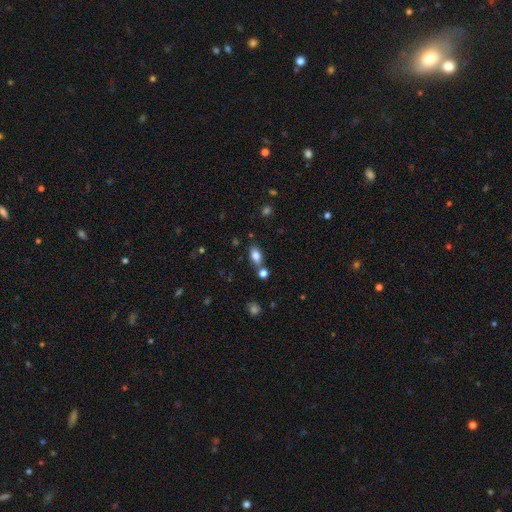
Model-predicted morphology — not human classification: This is clearly a smooth galaxy (82%). How rounded: clearly in between (87%). Merging: likely none (68%).